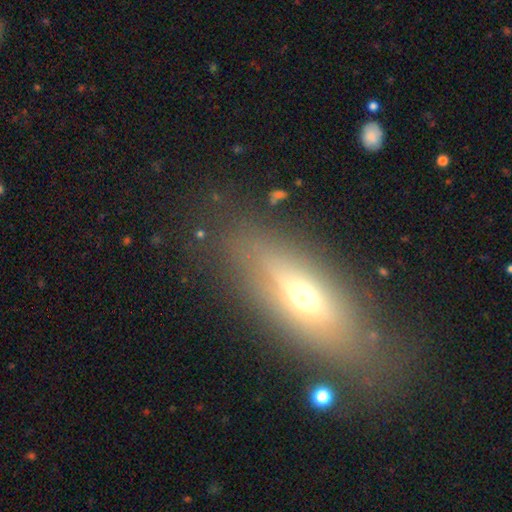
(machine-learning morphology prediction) A smooth galaxy with no disk features (46%). Merging: none (78%).